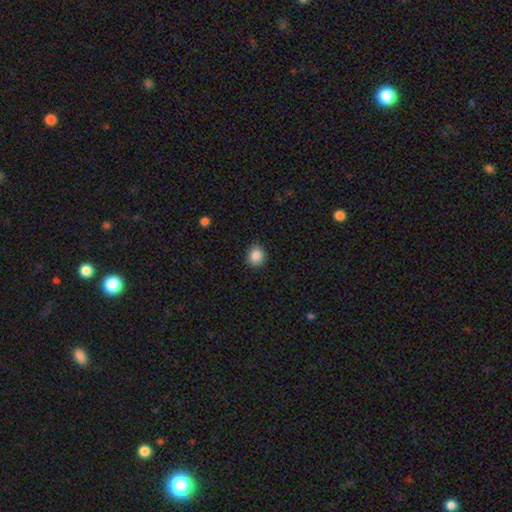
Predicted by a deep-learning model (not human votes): smooth-or-featured: smooth: 87% | star or artifact: 9% | featured or disk: 4%
  how-rounded: round: 77% | in between: 22% | cigar-shaped: 1%
  merging: none: 89% | minor disturbance: 8% | major disturbance: 2% | merger: 1%